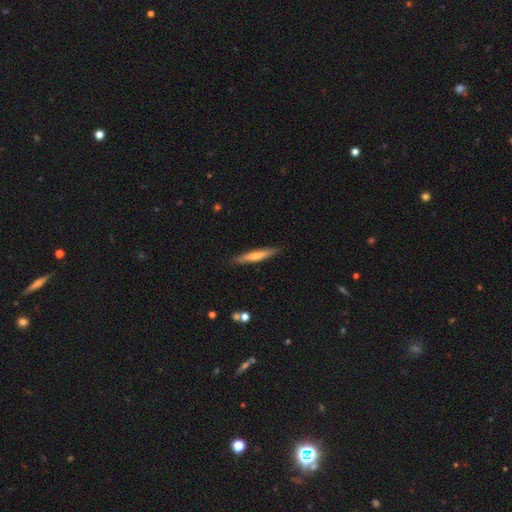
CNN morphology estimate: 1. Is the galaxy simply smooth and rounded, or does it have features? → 48% smooth, 46% featured or disk, 6% star or artifact.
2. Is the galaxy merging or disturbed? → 89% none, 8% minor disturbance, 1% major disturbance, 1% merger.